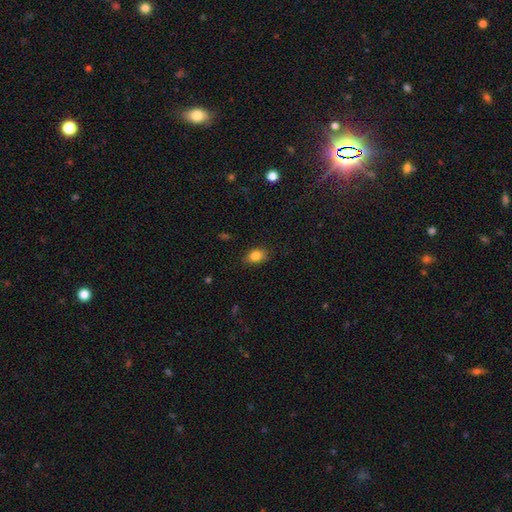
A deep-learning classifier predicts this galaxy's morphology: smooth 84%, star or artifact 9%, featured or disk 6%. Down the decision tree: how rounded — in between (75%); merging — none (82%).